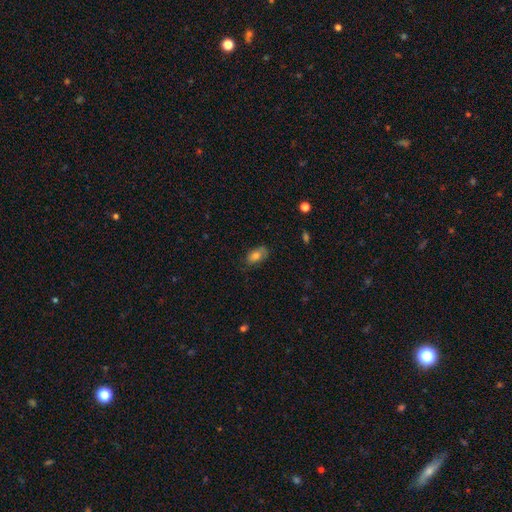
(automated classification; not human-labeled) Morphology: type=smooth (76%); roundness=in between (89%); merging=none (69%).